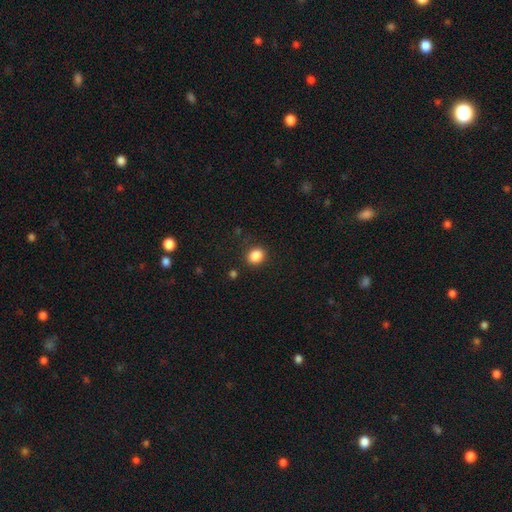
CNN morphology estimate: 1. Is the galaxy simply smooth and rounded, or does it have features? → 86% smooth, 10% star or artifact, 4% featured or disk.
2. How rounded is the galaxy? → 65% round, 34% in between, 1% cigar-shaped.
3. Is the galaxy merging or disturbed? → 86% none, 9% minor disturbance, 3% major disturbance, 2% merger.